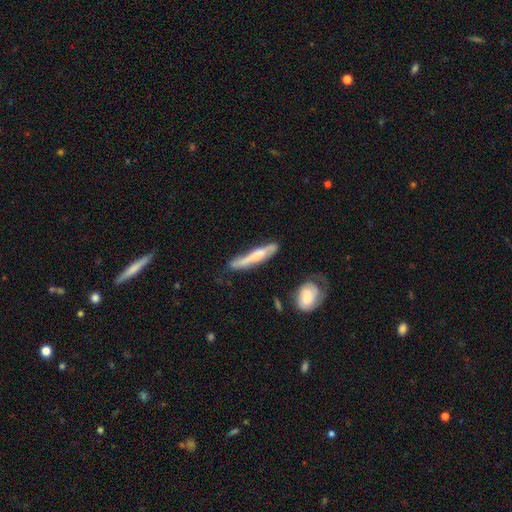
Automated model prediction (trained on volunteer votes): This appears to be a smooth galaxy with no disk features (50%). Merging: none (60%).